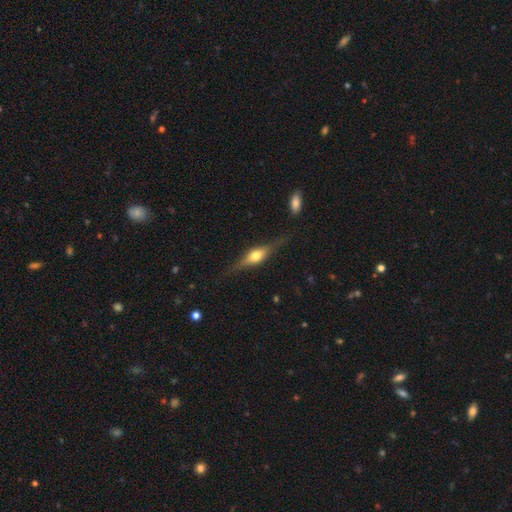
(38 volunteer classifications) featured or disk 79%, smooth 13%, star or artifact 8%. Down the decision tree: edge-on disk — yes (93%); edge-on bulge — rounded (100%); merging — none (94%).